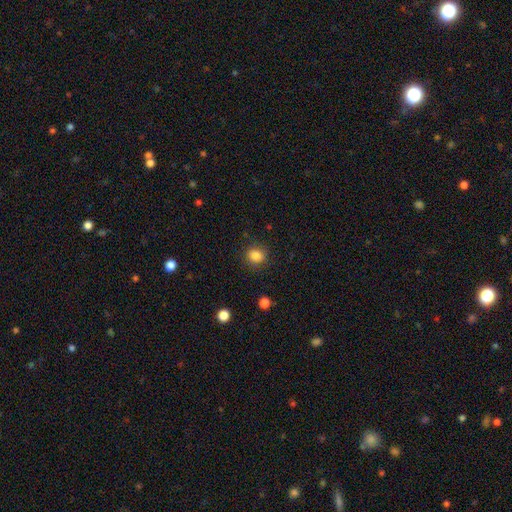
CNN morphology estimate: Overall: smooth (85%). How rounded: round (79%). Merging: none (86%).